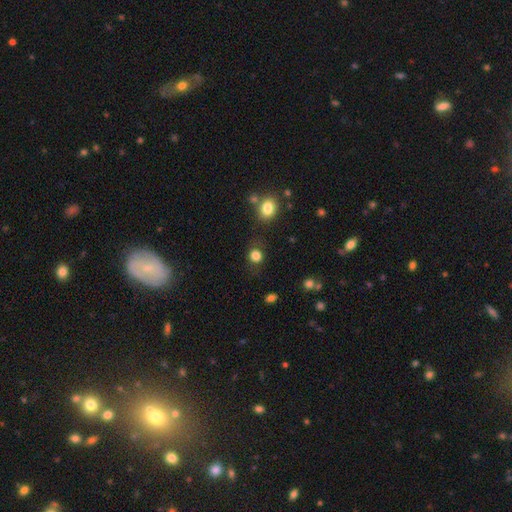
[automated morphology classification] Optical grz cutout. It shows a smooth galaxy with no disk features (82%) that is round (80%). Merging: none (77%).